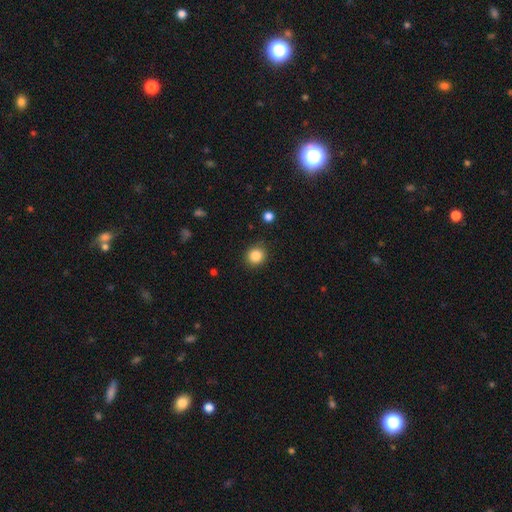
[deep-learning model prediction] Smooth or featured? smooth (85%)
How rounded? round (88%)
Merging? none (87%)